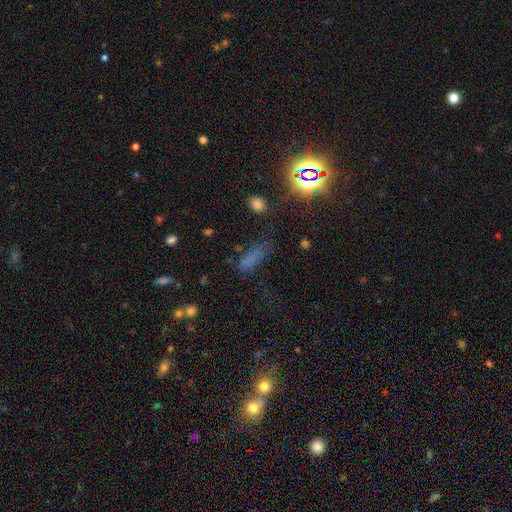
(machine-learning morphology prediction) type=star or artifact (47%).